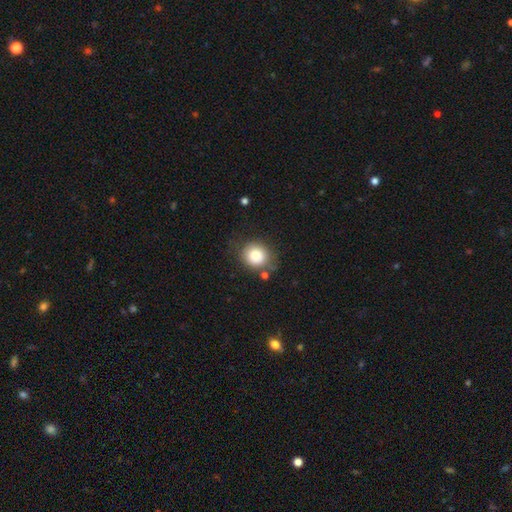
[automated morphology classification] smooth_or_featured: smooth (p=0.81) [alt: star or artifact p=0.10]
how_rounded: round (p=0.81) [alt: in between p=0.18]
merging: none (p=0.72) [alt: minor disturbance p=0.16]